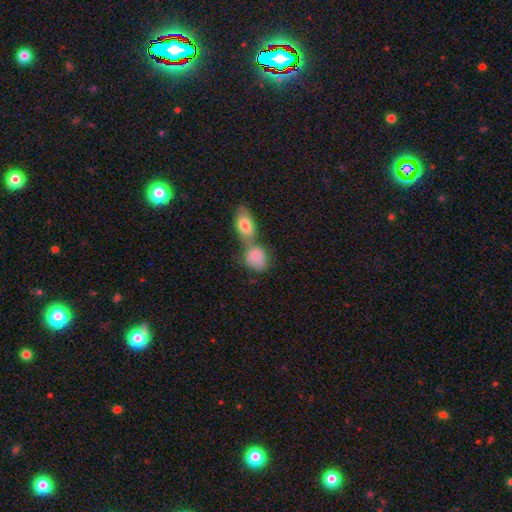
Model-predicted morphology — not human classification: Overall: smooth (77%). How rounded: in between (49%, tied with round). Merging: merger (53%; none 32%).